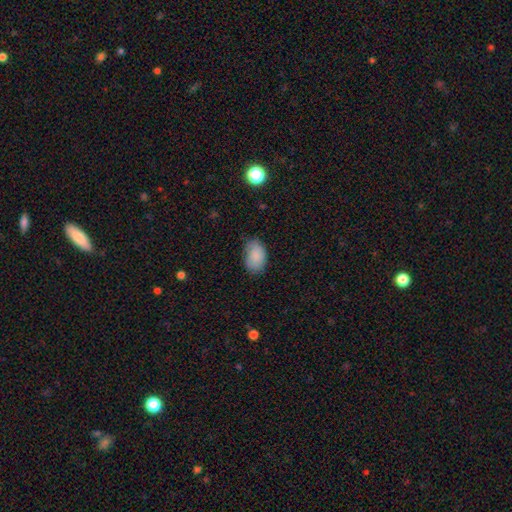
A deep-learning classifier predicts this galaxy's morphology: A smooth galaxy with no disk features (86%) that is in between round and cigar-shaped (89%).

Vote fractions:
- Smooth or featured? smooth: 86% / star or artifact: 7% / featured or disk: 7%
- How rounded? in between: 89% / round: 10% / cigar-shaped: 1%
- Merging? none: 71% / minor disturbance: 23% / major disturbance: 5% / merger: 1%